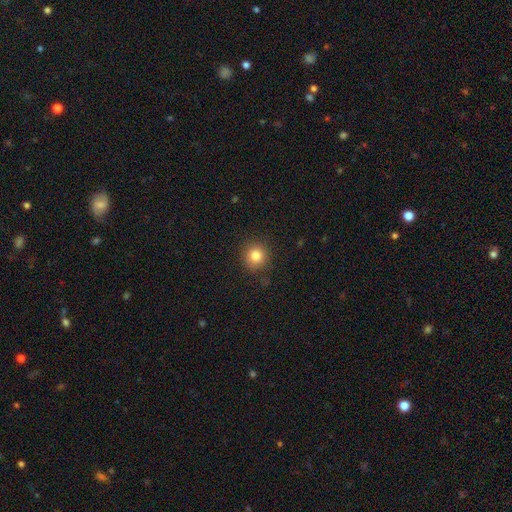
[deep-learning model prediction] smooth 82%, star or artifact 11%, featured or disk 7%. Down the decision tree: how rounded — round (92%); merging — none (88%).